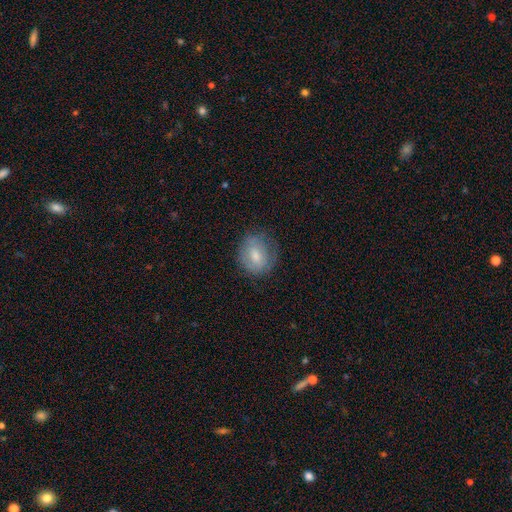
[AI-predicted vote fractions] Morphology: type=smooth (68%); roundness=round (64%); merging=none (70%).